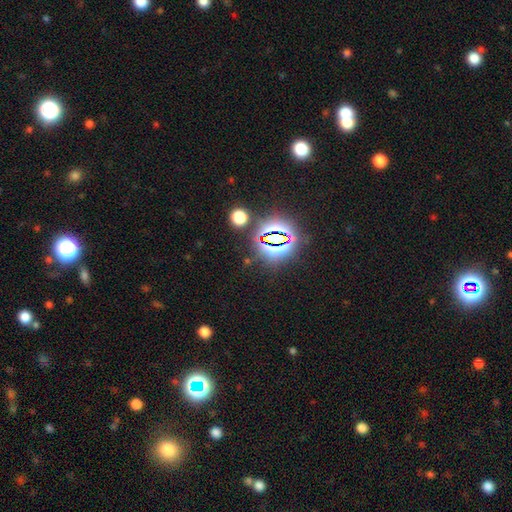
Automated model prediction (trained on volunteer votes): The model was most divided on "smooth or featured": star or artifact: 79%, smooth: 13%, featured or disk: 8%.